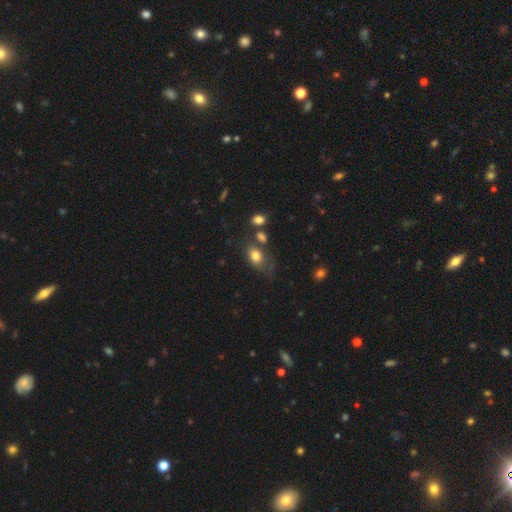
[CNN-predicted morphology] Smooth or featured? Predicted: smooth (p=0.79). How rounded? Predicted: in between (p=0.80). Merging? Predicted: none (p=0.52).